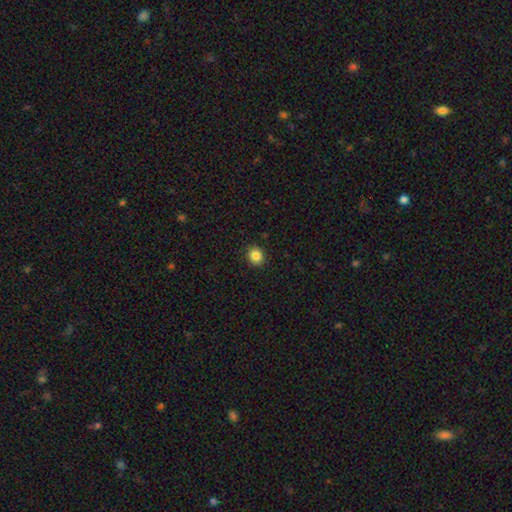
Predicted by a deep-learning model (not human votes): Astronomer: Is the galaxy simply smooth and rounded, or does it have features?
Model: smooth — 85%.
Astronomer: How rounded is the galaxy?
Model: round — 78%.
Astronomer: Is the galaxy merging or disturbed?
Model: none — 91%.